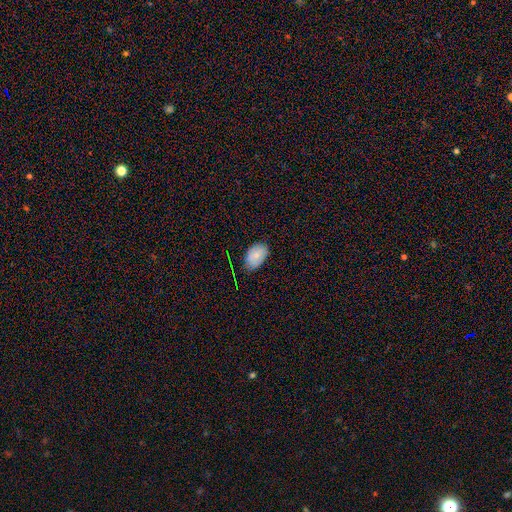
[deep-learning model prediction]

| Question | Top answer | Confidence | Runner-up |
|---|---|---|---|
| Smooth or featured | smooth | 79% | featured or disk (13%) |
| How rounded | in between | 89% | round (10%) |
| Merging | none | 67% | minor disturbance (27%) |